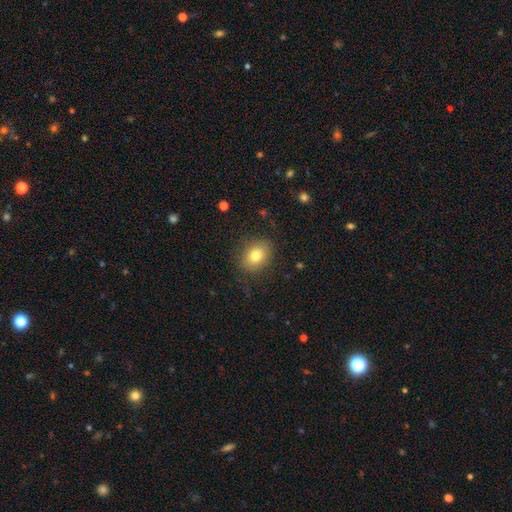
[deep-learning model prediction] smooth 79%, featured or disk 11%, star or artifact 10%. Down the decision tree: how rounded — in between (52%); merging — none (83%).